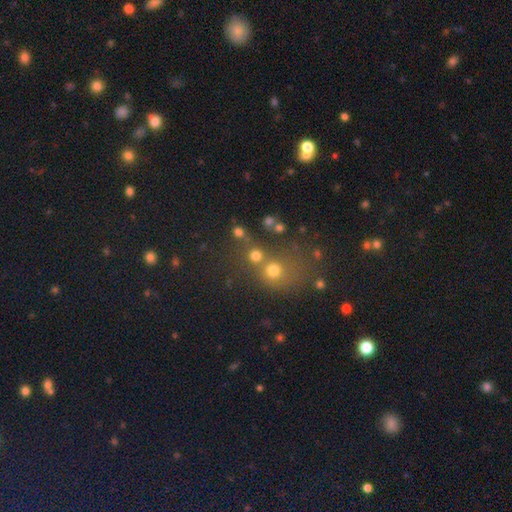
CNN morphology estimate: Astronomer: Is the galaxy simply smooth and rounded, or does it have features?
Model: smooth — 72%.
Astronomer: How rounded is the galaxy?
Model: round — 88%.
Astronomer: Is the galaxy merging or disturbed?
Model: none — 54% (runner-up: merger, 33%).